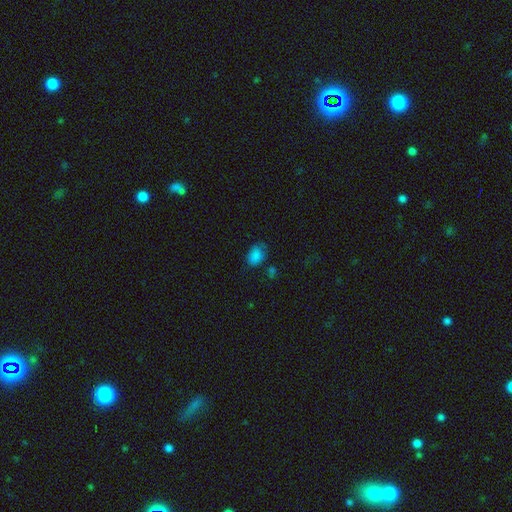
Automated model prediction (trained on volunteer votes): Smooth or featured? Predicted: smooth (p=0.83). How rounded? Predicted: in between (p=0.79). Merging? Predicted: none (p=0.63).